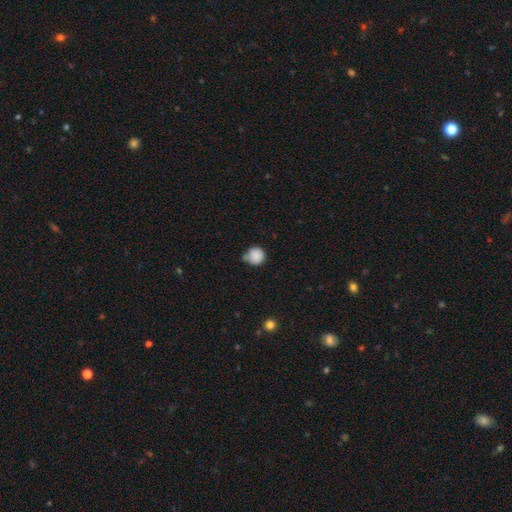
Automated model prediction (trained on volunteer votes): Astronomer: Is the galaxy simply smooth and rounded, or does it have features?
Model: smooth — 87%.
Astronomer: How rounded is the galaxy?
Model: round — 92%.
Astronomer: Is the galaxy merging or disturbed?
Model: none — 57%.